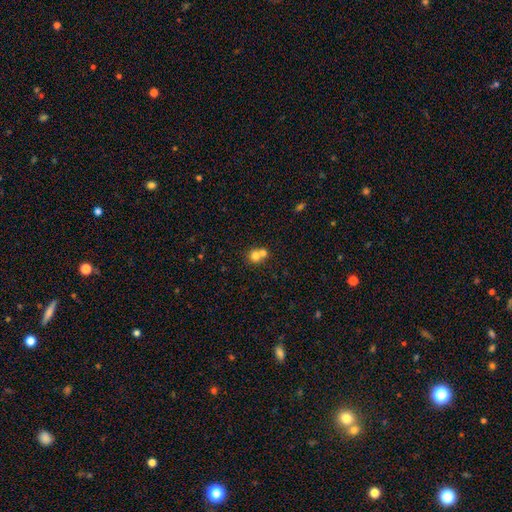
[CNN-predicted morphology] Smooth or featured? smooth (73%)
How rounded? round (84%)
Merging? merger (56%)